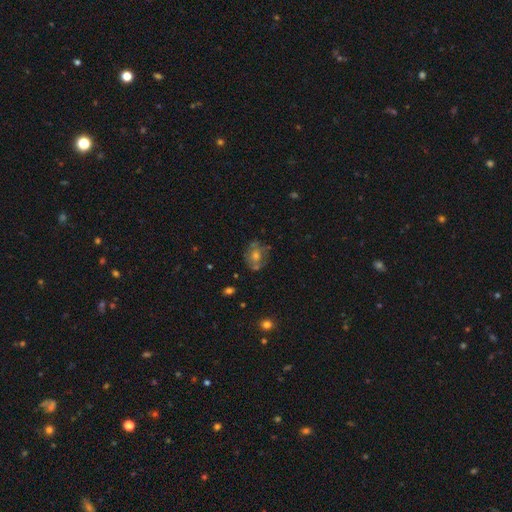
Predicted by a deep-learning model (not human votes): smooth-or-featured: featured or disk: 47% | smooth: 33% | star or artifact: 20%
  merging: none: 69% | minor disturbance: 18% | major disturbance: 9% | merger: 4%